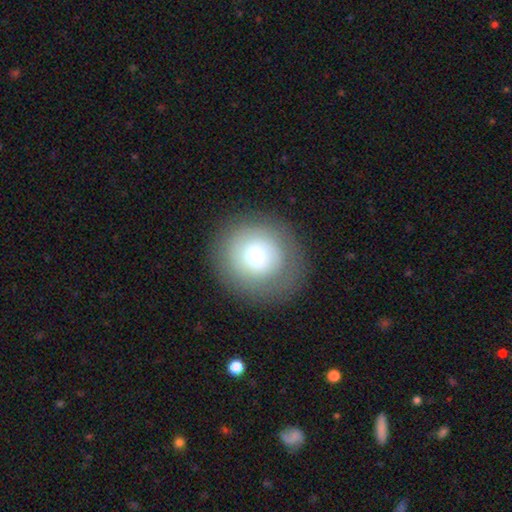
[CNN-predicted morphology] A smooth galaxy with no disk features (68%) that is round (92%).

Vote fractions:
- Smooth or featured? smooth: 68% / featured or disk: 21% / star or artifact: 11%
- How rounded? round: 92% / in between: 7% / cigar-shaped: 1%
- Merging? none: 79% / minor disturbance: 12% / major disturbance: 8% / merger: 1%